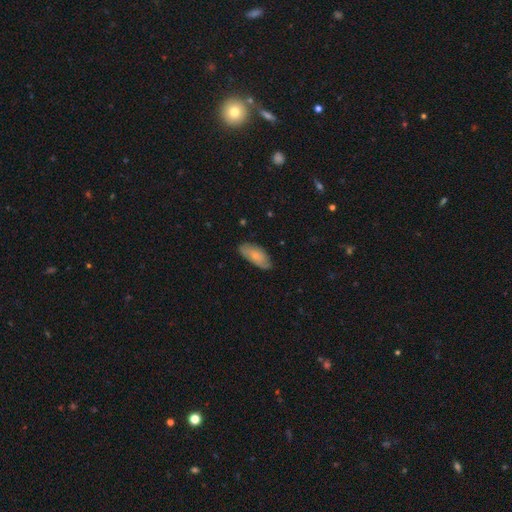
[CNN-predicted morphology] Smooth or featured?
  - smooth: 69% *
  - featured or disk: 25%
  - star or artifact: 6%
How rounded?
  - in between: 89% *
  - cigar-shaped: 8%
  - round: 2%
Merging?
  - none: 72% *
  - minor disturbance: 23%
  - major disturbance: 4%
  - merger: 1%